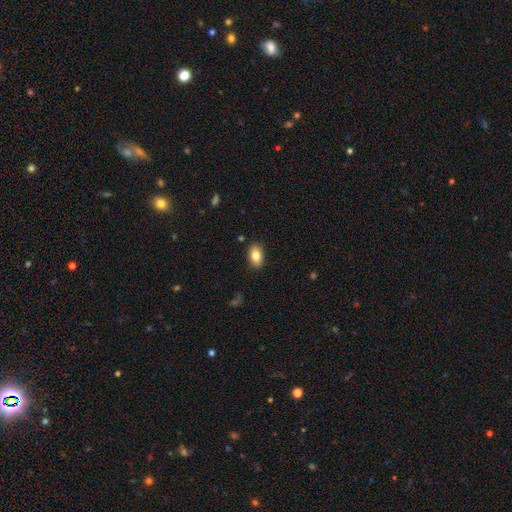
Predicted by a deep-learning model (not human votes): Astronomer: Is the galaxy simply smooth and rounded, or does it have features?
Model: smooth — 82%.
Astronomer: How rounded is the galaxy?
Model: in between — 89%.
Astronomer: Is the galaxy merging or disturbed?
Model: none — 87%.